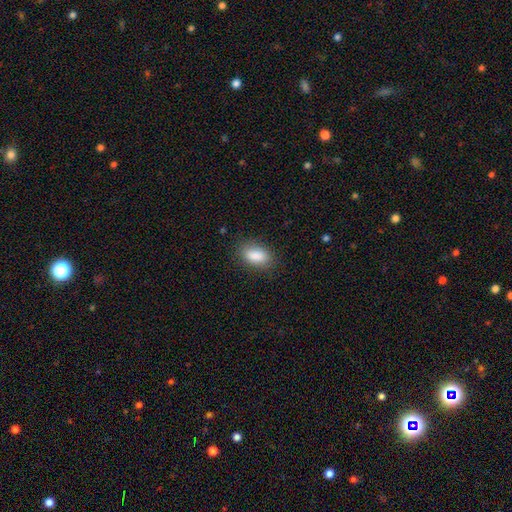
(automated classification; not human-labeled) smooth_or_featured: smooth (p=0.87) [alt: star or artifact p=0.08]
how_rounded: in between (p=0.90) [alt: round p=0.06]
merging: none (p=0.82) [alt: minor disturbance p=0.13]